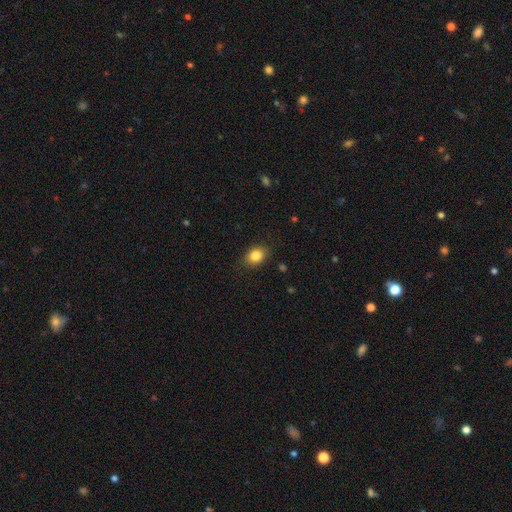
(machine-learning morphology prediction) Smooth or featured?
  - smooth: 84% *
  - star or artifact: 9%
  - featured or disk: 7%
How rounded?
  - in between: 64% *
  - round: 35%
  - cigar-shaped: 1%
Merging?
  - none: 84% *
  - minor disturbance: 12%
  - major disturbance: 3%
  - merger: 1%